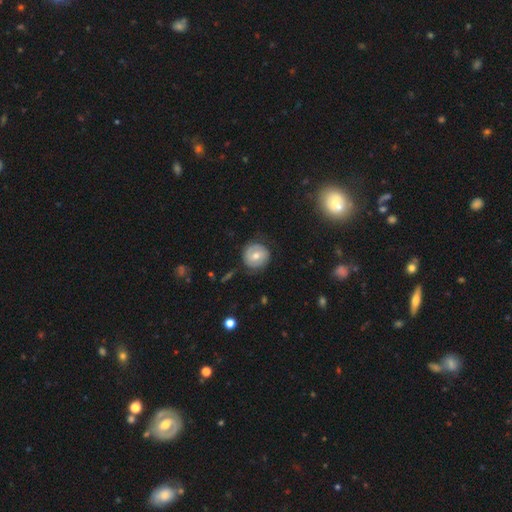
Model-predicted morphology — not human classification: This appears to be a featured or disk galaxy (54%) with a weak bar (43%), spiral arms (71%) and a moderate central bulge (68%). Merging: none (77%).